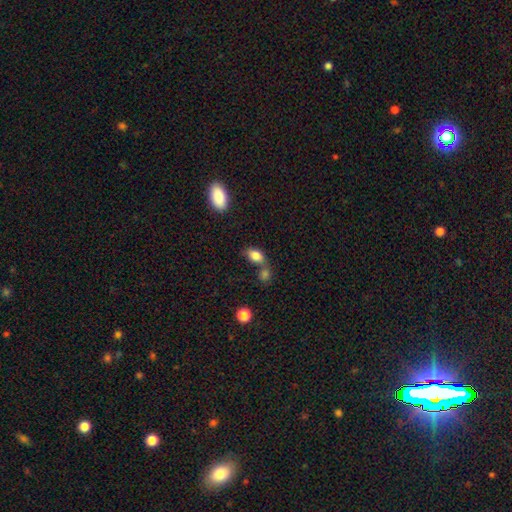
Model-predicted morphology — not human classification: Smooth or featured: smooth — 84% (star or artifact — 9%)
How rounded: in between — 85% (round — 13%)
Merging: none — 43% (merger — 36%)